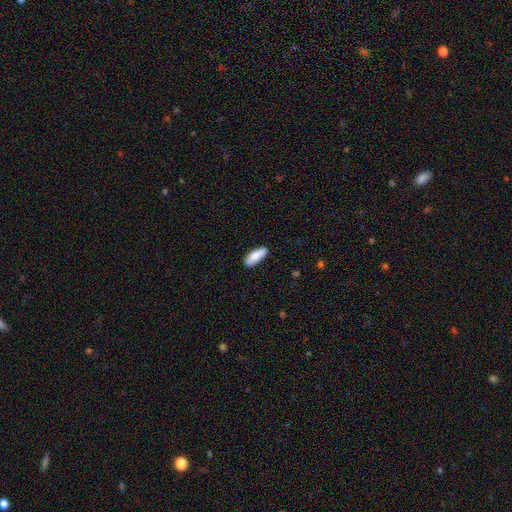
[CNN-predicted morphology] A smooth galaxy with no disk features (83%) that is in between round and cigar-shaped (74%). Merging: none (84%).